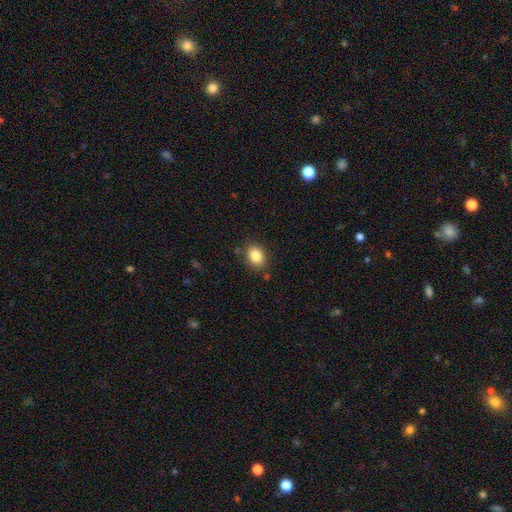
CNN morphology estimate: This is clearly a smooth galaxy (85%). How rounded: likely in between (64%). Merging: clearly none (84%).